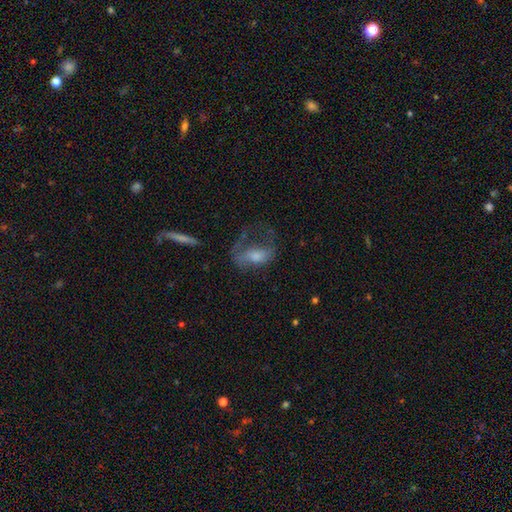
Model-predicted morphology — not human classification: Overall: featured or disk (48%; smooth 40%). Merging: major disturbance (50%; none 28%).